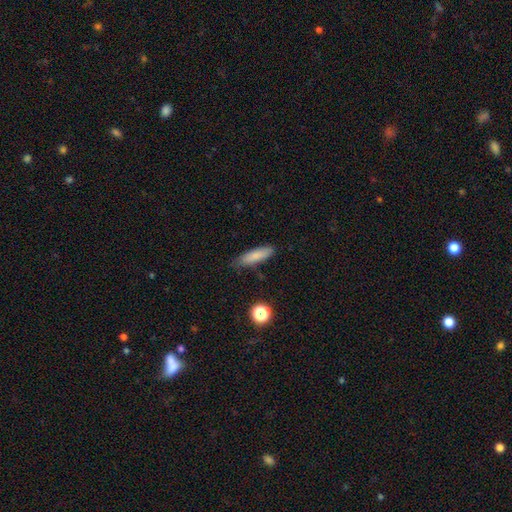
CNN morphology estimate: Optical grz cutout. It shows a smooth galaxy with no disk features (81%) that is cigar-shaped (62%). Merging: none (76%).